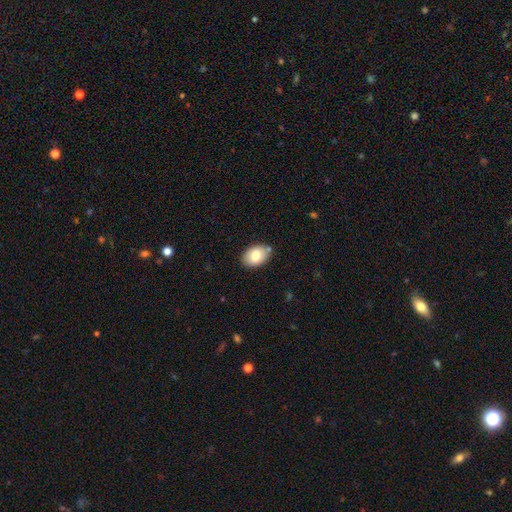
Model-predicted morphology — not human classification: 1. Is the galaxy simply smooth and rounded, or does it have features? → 79% smooth, 14% featured or disk, 7% star or artifact.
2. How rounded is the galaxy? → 82% in between, 17% round, 1% cigar-shaped.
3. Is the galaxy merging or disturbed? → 81% none, 13% minor disturbance, 4% merger, 2% major disturbance.